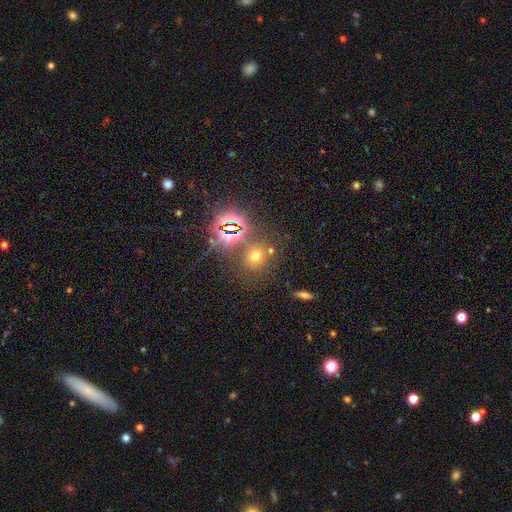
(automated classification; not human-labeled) smooth-or-featured: smooth: 52% | star or artifact: 38% | featured or disk: 10%
  how-rounded: round: 80% | in between: 19% | cigar-shaped: 2%
  merging: none: 72% | merger: 12% | minor disturbance: 10% | major disturbance: 6%